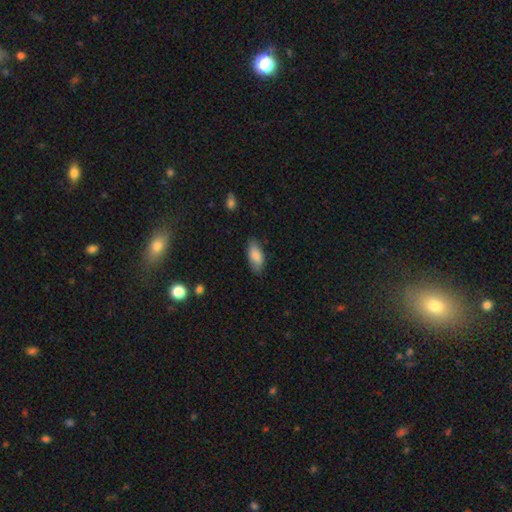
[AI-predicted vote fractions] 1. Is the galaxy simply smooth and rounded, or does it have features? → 85% smooth, 9% featured or disk, 6% star or artifact.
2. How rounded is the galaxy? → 88% in between, 10% cigar-shaped, 2% round.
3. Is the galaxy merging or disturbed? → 80% none, 16% minor disturbance, 3% major disturbance, 1% merger.